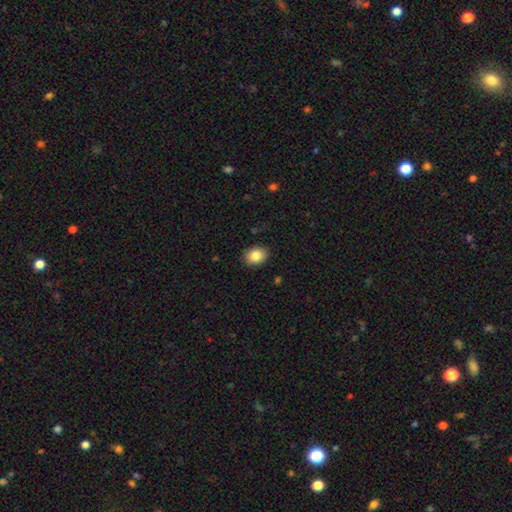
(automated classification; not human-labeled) smooth_or_featured: smooth (p=0.86) [alt: star or artifact p=0.08]
how_rounded: in between (p=0.66) [alt: round p=0.33]
merging: none (p=0.88) [alt: minor disturbance p=0.09]